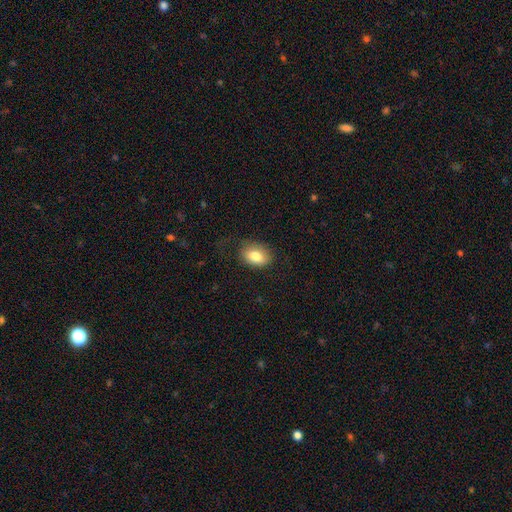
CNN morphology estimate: Smooth or featured?
  - smooth: 80% *
  - featured or disk: 12%
  - star or artifact: 8%
How rounded?
  - in between: 81% *
  - round: 17%
  - cigar-shaped: 1%
Merging?
  - none: 70% *
  - minor disturbance: 20%
  - major disturbance: 9%
  - merger: 1%